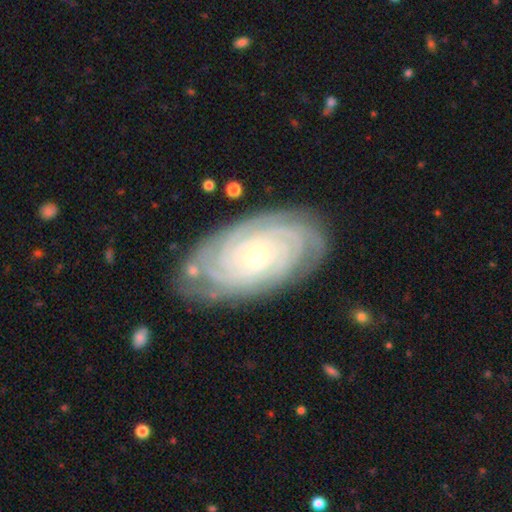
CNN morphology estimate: Smooth or featured? featured or disk (90%)
Edge-on disk? no (96%)
Bar? no (74%)
Spiral arms? yes (98%)
Spiral winding? tight (88%)
Spiral arm count? 4 (30%)
Bulge size? small (61%)
Merging? none (81%)